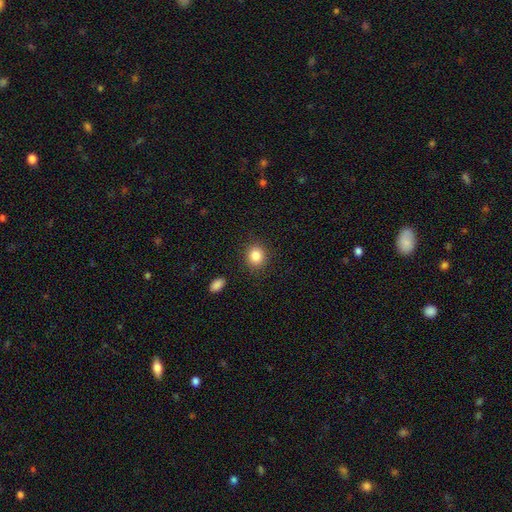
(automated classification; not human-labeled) Smooth or featured? Predicted: smooth (p=0.85). How rounded? Predicted: round (p=0.76). Merging? Predicted: none (p=0.87).